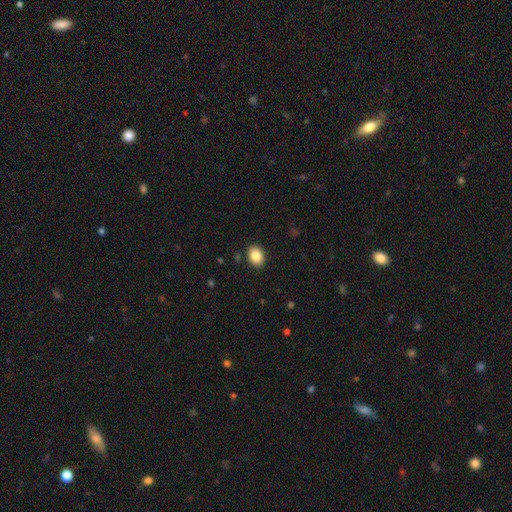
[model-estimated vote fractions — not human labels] Overall: smooth (86%). How rounded: in between (67%; round 32%). Merging: none (89%).